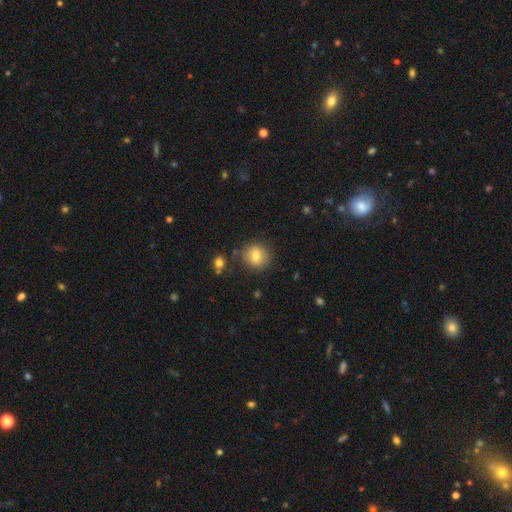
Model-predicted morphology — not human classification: This appears to be a smooth galaxy with no disk features (78%) that is round (80%). Merging: none (82%).